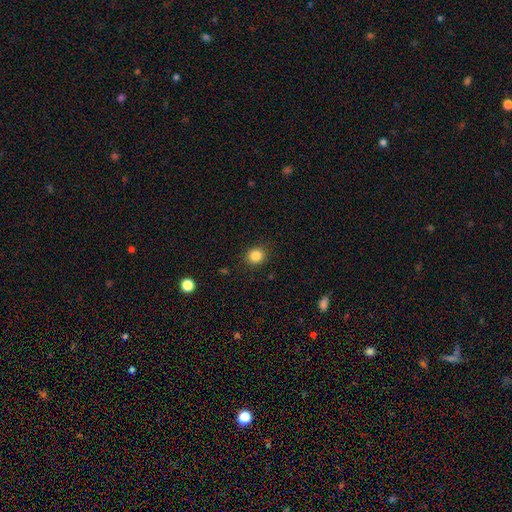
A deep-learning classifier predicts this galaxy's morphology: A smooth galaxy with no disk features (84%) that is round (84%). Merging: none (89%).